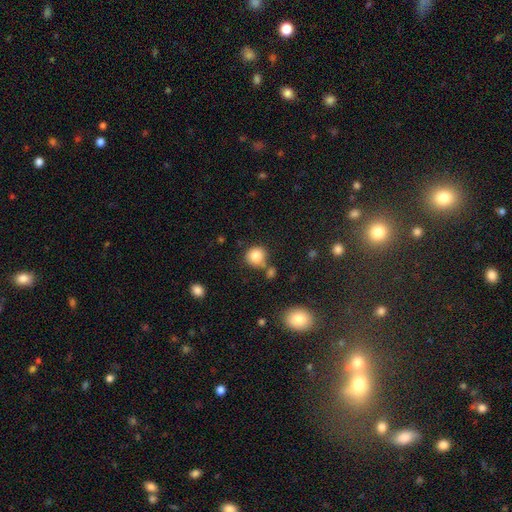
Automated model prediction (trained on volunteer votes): This appears to be a smooth galaxy with no disk features (84%) that is round (90%). Merging: none (70%).